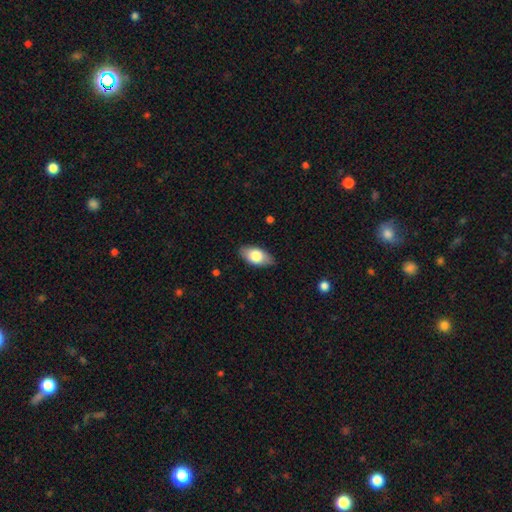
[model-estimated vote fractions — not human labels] Smooth or featured?
  - smooth: 76% *
  - featured or disk: 18%
  - star or artifact: 6%
How rounded?
  - in between: 93% *
  - cigar-shaped: 4%
  - round: 3%
Merging?
  - none: 84% *
  - minor disturbance: 12%
  - major disturbance: 2%
  - merger: 1%